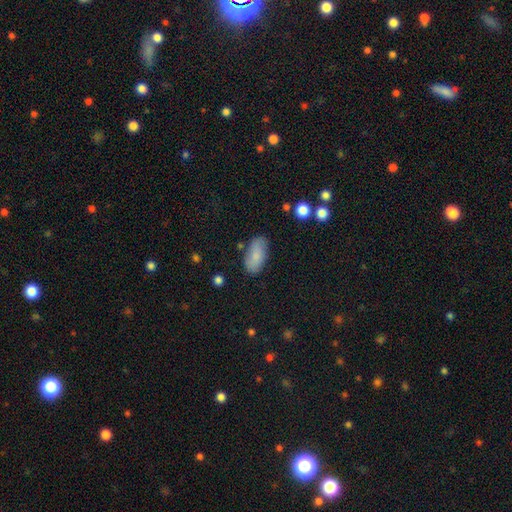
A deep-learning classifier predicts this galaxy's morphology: Overall: smooth (82%). How rounded: in between (93%). Merging: none (78%).